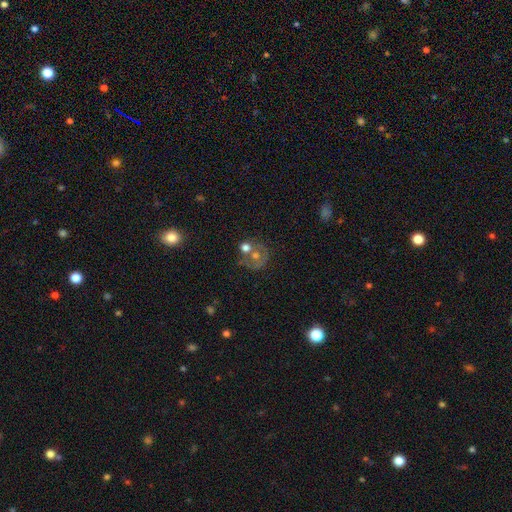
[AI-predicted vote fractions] A featured or disk galaxy (48%).

Vote fractions:
- Smooth or featured? featured or disk: 48% / smooth: 33% / star or artifact: 19%
- Merging? none: 48% / merger: 22% / minor disturbance: 15% / major disturbance: 14%